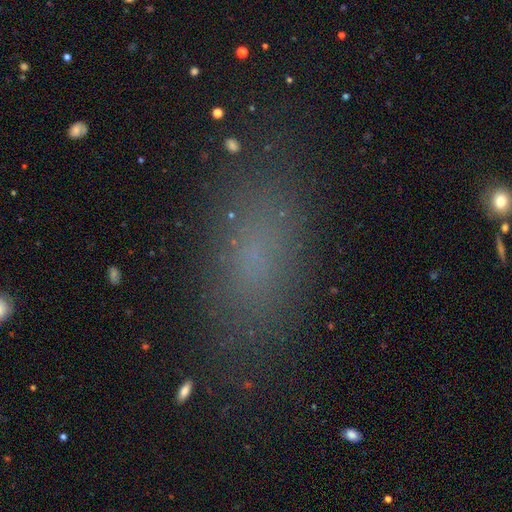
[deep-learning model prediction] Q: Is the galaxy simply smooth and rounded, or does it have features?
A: smooth — 72%.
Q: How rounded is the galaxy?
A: in between — 78%.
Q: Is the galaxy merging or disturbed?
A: none — 83%.